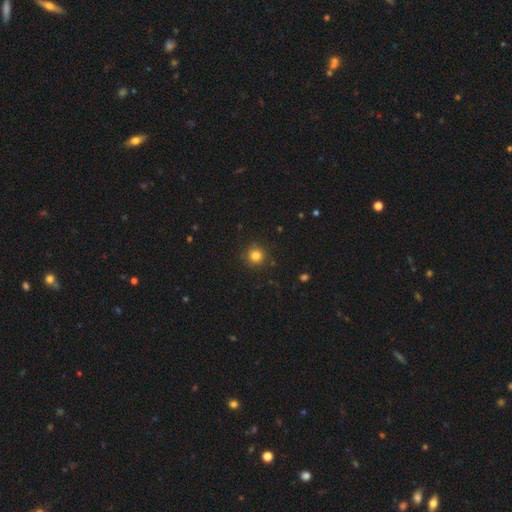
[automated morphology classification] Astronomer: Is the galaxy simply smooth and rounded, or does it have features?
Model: smooth — 82%.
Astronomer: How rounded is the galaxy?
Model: round — 94%.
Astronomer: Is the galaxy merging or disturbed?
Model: none — 89%.